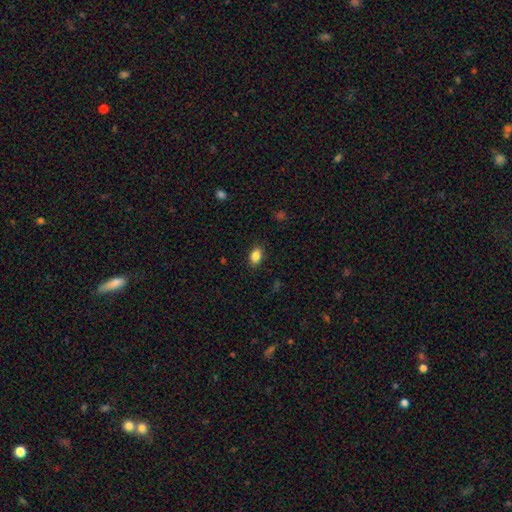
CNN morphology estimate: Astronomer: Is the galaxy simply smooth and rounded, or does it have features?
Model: smooth — 85%.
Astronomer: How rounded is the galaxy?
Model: in between — 81%.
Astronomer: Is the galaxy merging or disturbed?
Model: none — 87%.